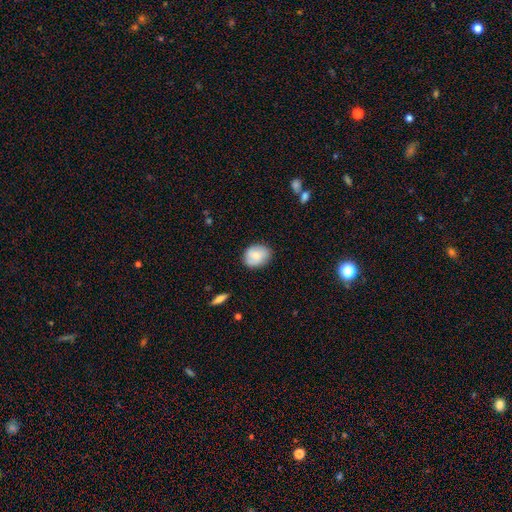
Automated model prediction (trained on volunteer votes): A smooth galaxy with no disk features (76%) that is in between round and cigar-shaped (50%). Merging: none (82%).